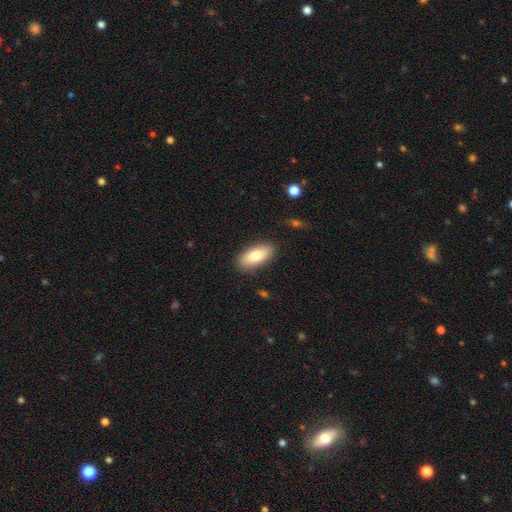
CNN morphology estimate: Smooth or featured?
  - smooth: 76% *
  - featured or disk: 18%
  - star or artifact: 7%
How rounded?
  - in between: 86% *
  - cigar-shaped: 11%
  - round: 3%
Merging?
  - none: 86% *
  - minor disturbance: 10%
  - major disturbance: 2%
  - merger: 1%